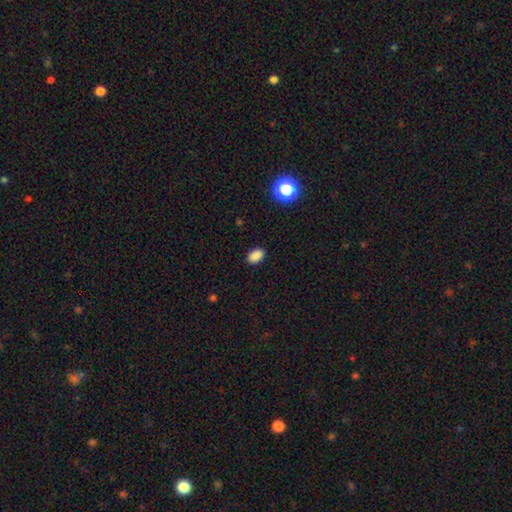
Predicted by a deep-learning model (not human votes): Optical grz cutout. It shows a smooth galaxy with no disk features (87%) that is in between round and cigar-shaped (88%). Merging: none (89%).